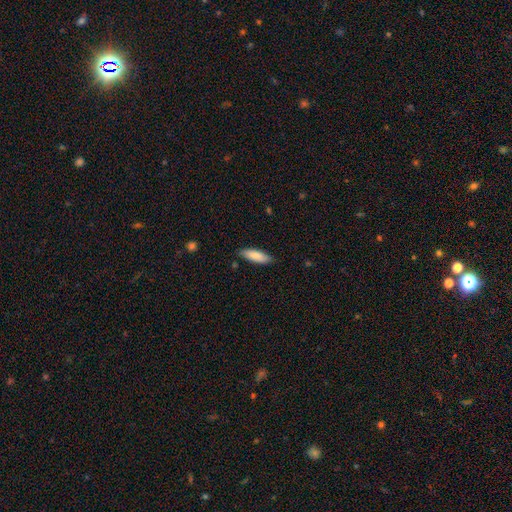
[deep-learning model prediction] Q: Smooth or featured?
A: smooth (86%); runner-up: featured or disk (8%)
Q: How rounded?
A: in between (57%); runner-up: cigar-shaped (41%)
Q: Merging?
A: none (84%); runner-up: minor disturbance (13%)